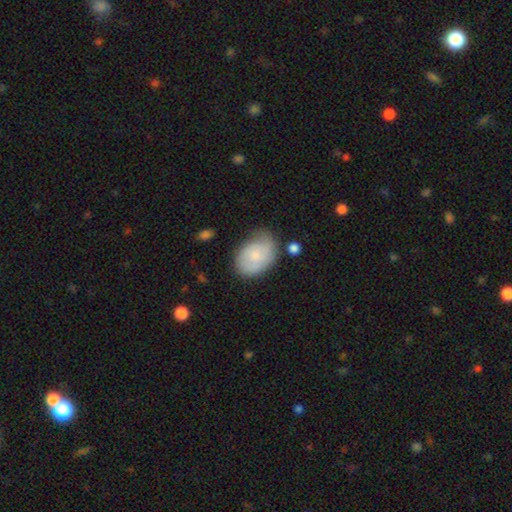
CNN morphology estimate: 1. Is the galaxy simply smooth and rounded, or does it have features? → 64% smooth, 29% featured or disk, 7% star or artifact.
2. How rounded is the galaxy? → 78% in between, 21% round, 1% cigar-shaped.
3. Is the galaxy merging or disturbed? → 56% none, 31% minor disturbance, 10% major disturbance, 3% merger.